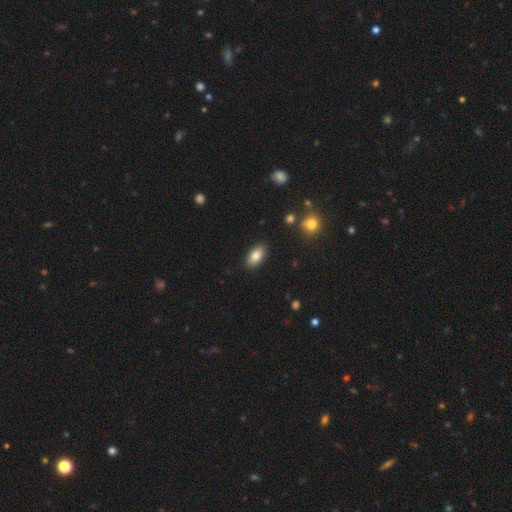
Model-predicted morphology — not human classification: Overall: smooth (84%). How rounded: in between (92%). Merging: none (88%).